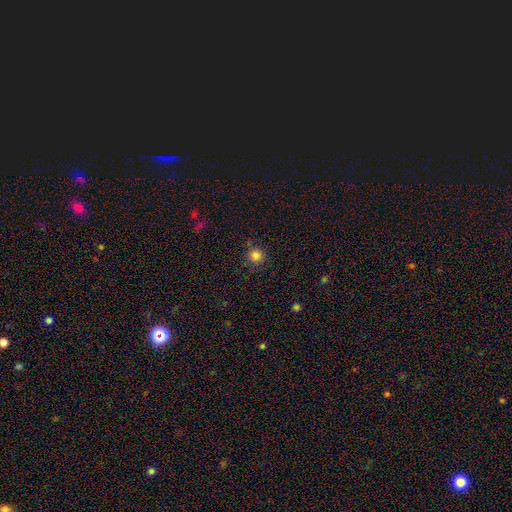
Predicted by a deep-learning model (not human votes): This is clearly a smooth galaxy (83%). How rounded: clearly round (91%). Merging: clearly none (83%).